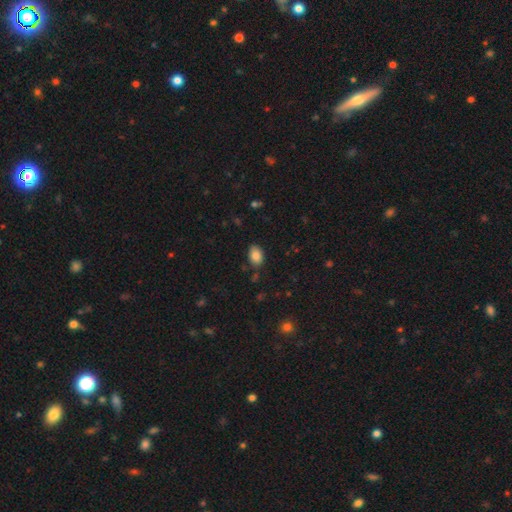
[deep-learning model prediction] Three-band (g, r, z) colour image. It shows a smooth galaxy with no disk features (85%) that is in between round and cigar-shaped (85%). Merging: none (82%).